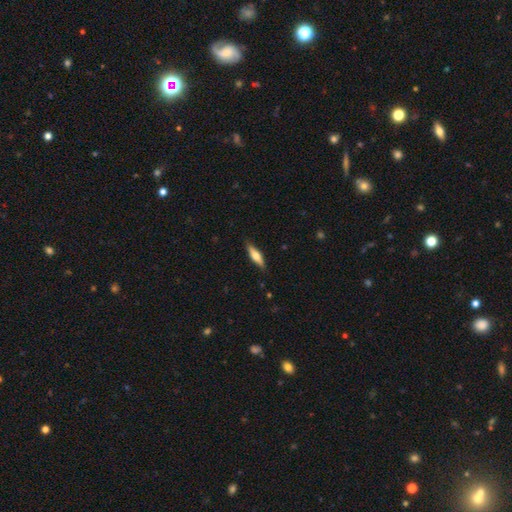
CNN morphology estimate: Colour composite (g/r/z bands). It shows a smooth galaxy with no disk features (59%) that is cigar-shaped (65%). Merging: none (86%).